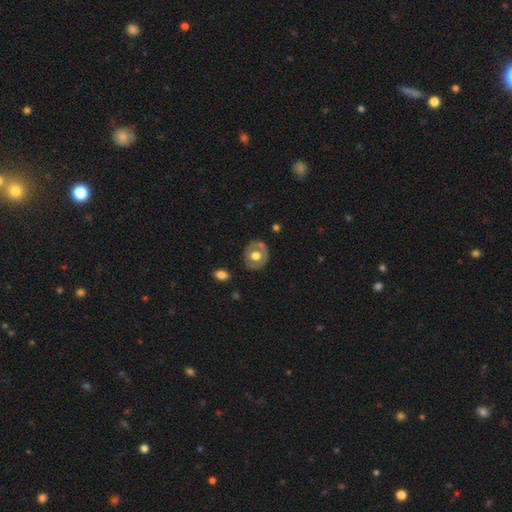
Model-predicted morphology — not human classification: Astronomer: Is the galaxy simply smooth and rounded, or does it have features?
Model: smooth — 48% (runner-up: featured or disk, 46%).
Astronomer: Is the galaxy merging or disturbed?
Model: none — 76%.